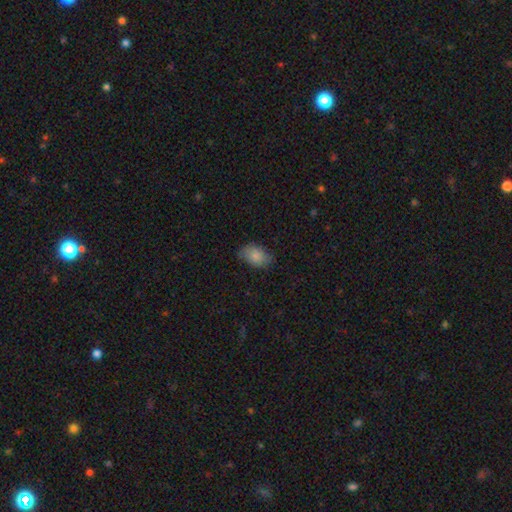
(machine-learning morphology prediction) Smooth or featured? smooth (82%)
How rounded? in between (87%)
Merging? none (69%)